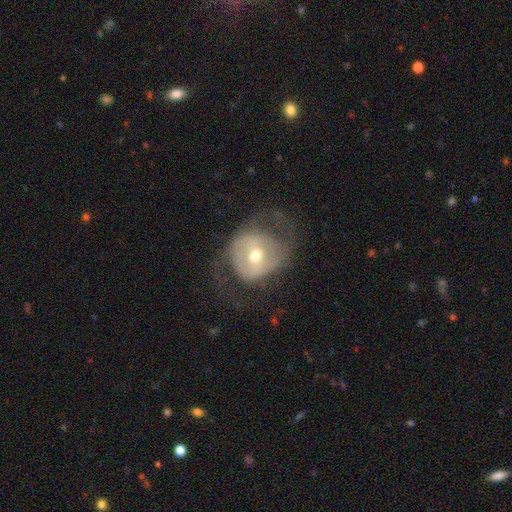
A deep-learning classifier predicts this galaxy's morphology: Q: Smooth or featured?
A: featured or disk (65%); runner-up: smooth (28%)
Q: Edge-on disk?
A: no (96%); runner-up: yes (4%)
Q: Bar?
A: no (44%); runner-up: weak (36%)
Q: Spiral arms?
A: yes (54%); runner-up: no (46%)
Q: Bulge size?
A: moderate (73%); runner-up: small (18%)
Q: Merging?
A: none (51%); runner-up: major disturbance (28%)